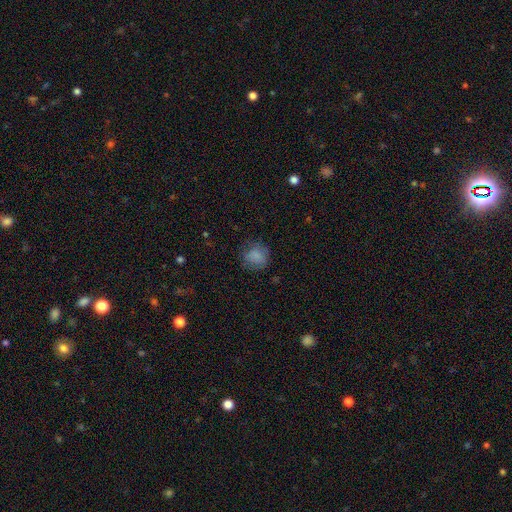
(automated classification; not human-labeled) A smooth galaxy with no disk features (80%) that is round (76%). Merging: none (69%).